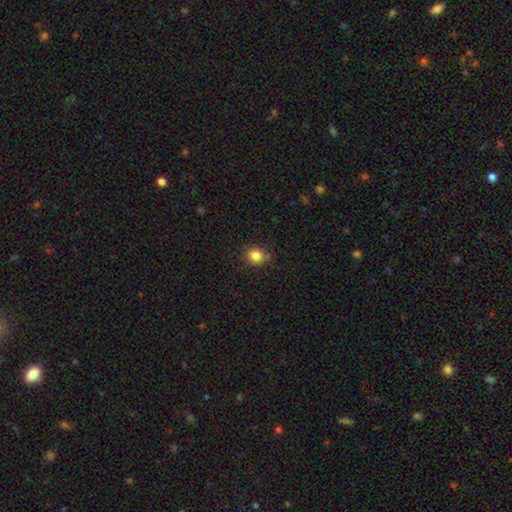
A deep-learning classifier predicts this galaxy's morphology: A smooth galaxy with no disk features (83%) that is round (81%). Merging: none (81%).